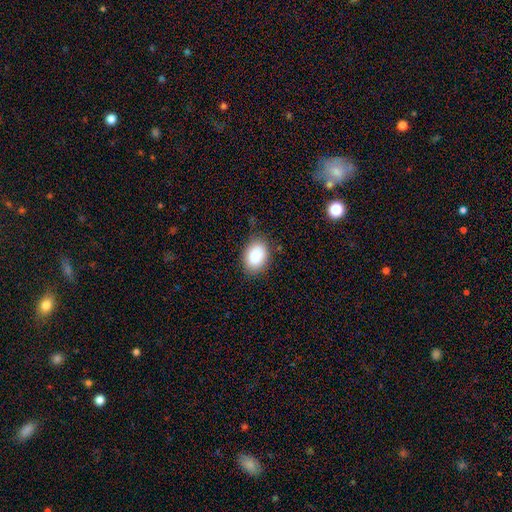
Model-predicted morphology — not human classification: smooth_or_featured: smooth (p=0.86) [alt: star or artifact p=0.08]
how_rounded: in between (p=0.75) [alt: round p=0.24]
merging: none (p=0.82) [alt: minor disturbance p=0.13]